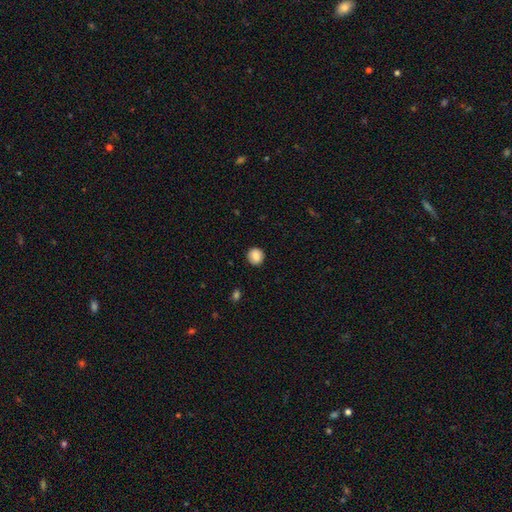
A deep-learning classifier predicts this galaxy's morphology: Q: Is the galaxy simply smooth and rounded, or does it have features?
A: smooth — 87%.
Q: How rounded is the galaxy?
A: round — 90%.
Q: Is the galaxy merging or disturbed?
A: none — 89%.